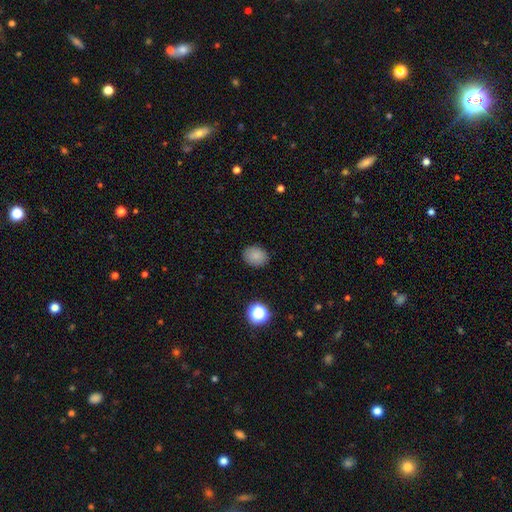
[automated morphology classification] Smooth or featured? Predicted: smooth (p=0.83). How rounded? Predicted: round (p=0.51). Merging? Predicted: none (p=0.87).